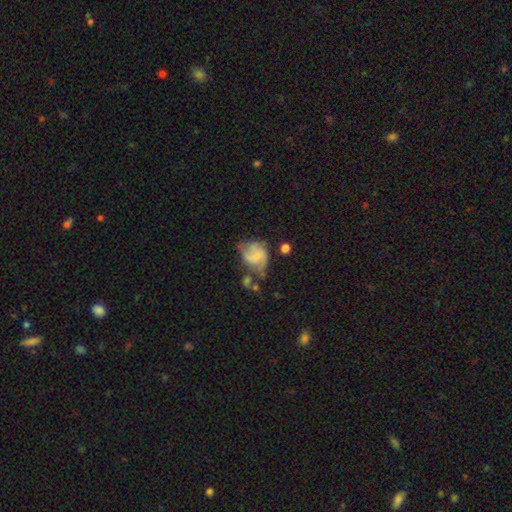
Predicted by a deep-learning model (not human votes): A featured or disk galaxy (52%) with no bar (69%), spiral arms (73%) and a small central bulge (52%).

Vote fractions:
- Smooth or featured? featured or disk: 52% / smooth: 39% / star or artifact: 9%
- Edge-on disk? no: 98% / yes: 2%
- Bar? no: 69% / weak: 27% / strong: 5%
- Spiral arms? yes: 73% / no: 27%
- Bulge size? small: 52% / none: 32% / moderate: 13% / large: 2% / dominant: 1%
- Merging? none: 33% / minor disturbance: 28% / major disturbance: 27% / merger: 11%